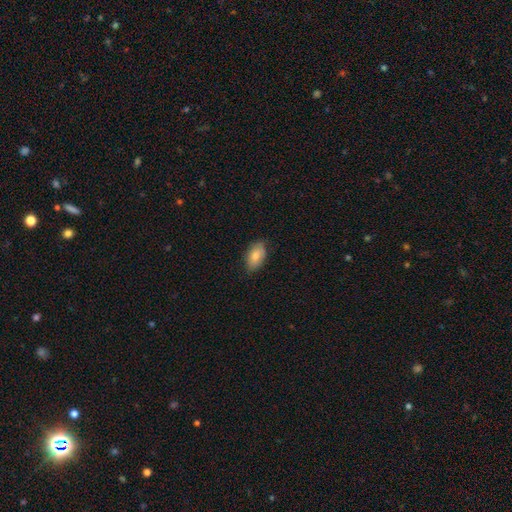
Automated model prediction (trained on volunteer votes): smooth_or_featured: smooth (p=0.83) [alt: featured or disk p=0.10]
how_rounded: in between (p=0.93) [alt: round p=0.05]
merging: none (p=0.81) [alt: minor disturbance p=0.15]